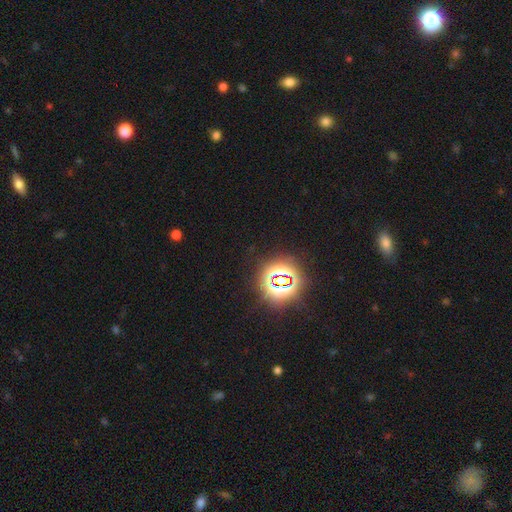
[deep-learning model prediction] Smooth or featured?
  - star or artifact: 78% *
  - smooth: 15%
  - featured or disk: 8%